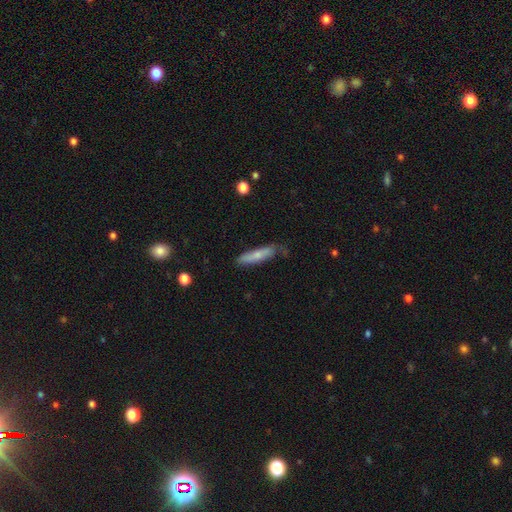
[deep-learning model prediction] smooth-or-featured: smooth: 63% | featured or disk: 30% | star or artifact: 7%
  how-rounded: cigar-shaped: 82% | in between: 16% | round: 2%
  merging: none: 66% | minor disturbance: 26% | major disturbance: 6% | merger: 2%